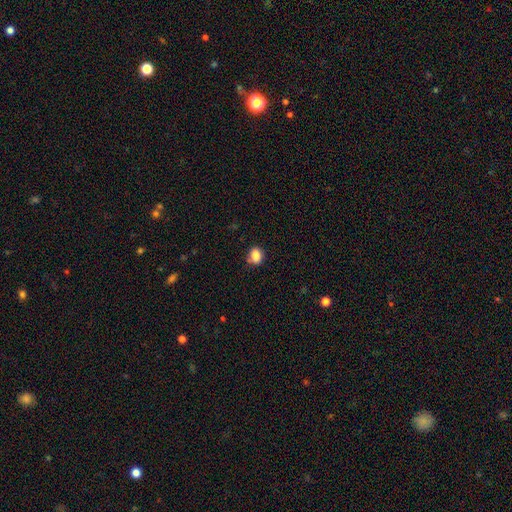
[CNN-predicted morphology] Overall: smooth (85%). How rounded: in between (55%; round 44%). Merging: none (72%).